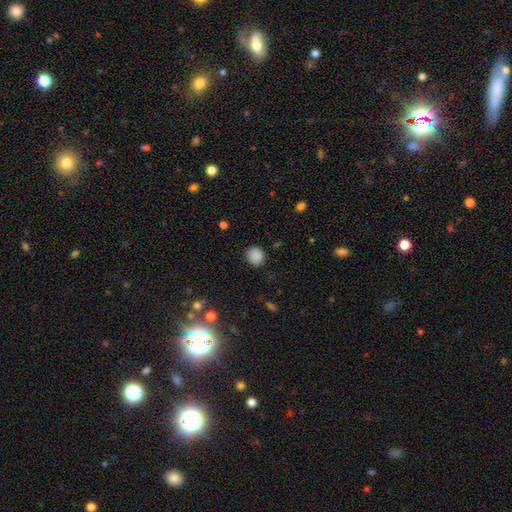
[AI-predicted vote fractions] This appears to be a smooth galaxy with no disk features (87%) that is round (77%). Merging: none (85%).